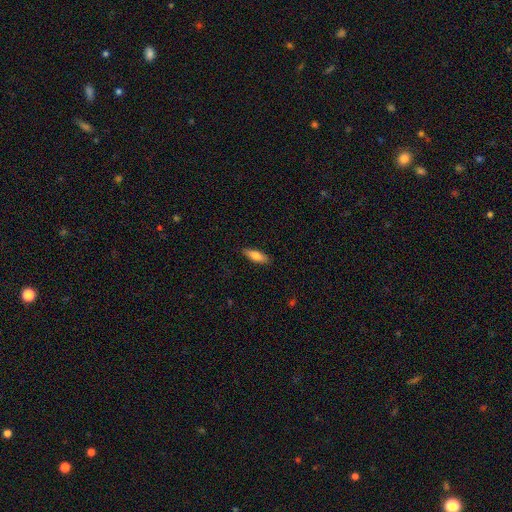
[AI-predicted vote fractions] Smooth or featured? Predicted: smooth (p=0.80). How rounded? Predicted: in between (p=0.65). Merging? Predicted: none (p=0.87).